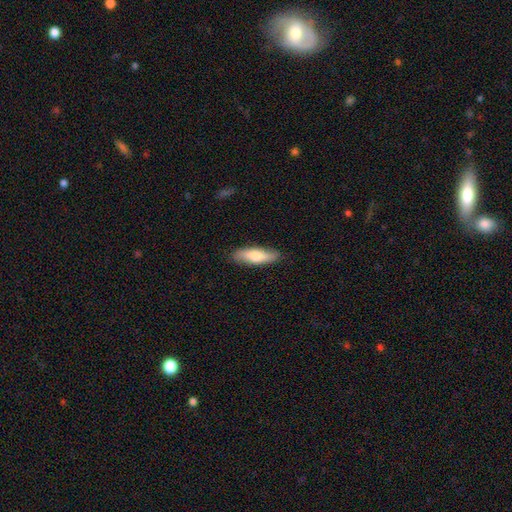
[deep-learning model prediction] Overall: smooth (70%). How rounded: cigar-shaped (51%; in between 47%). Merging: none (87%).